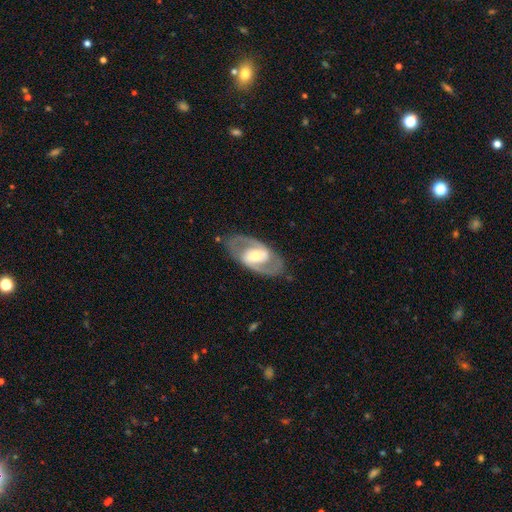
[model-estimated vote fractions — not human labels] This is clearly a featured or disk galaxy (83%). It is clearly not viewed edge-on (95%). Bar: marginally strong (41%). Spiral arm pattern: clearly yes (86%). Spiral arm count: clearly 2 (90%). Spiral winding: possibly medium (55%). Central bulge: possibly moderate (58%). Merging: clearly none (83%).